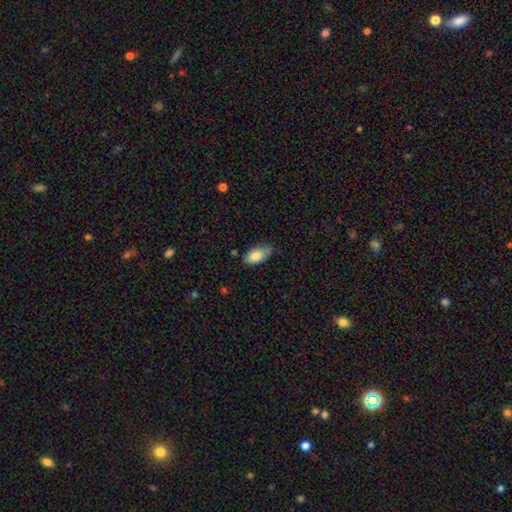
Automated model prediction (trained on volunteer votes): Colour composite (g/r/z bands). It shows a smooth galaxy with no disk features (81%) that is in between round and cigar-shaped (92%). Merging: none (56%).